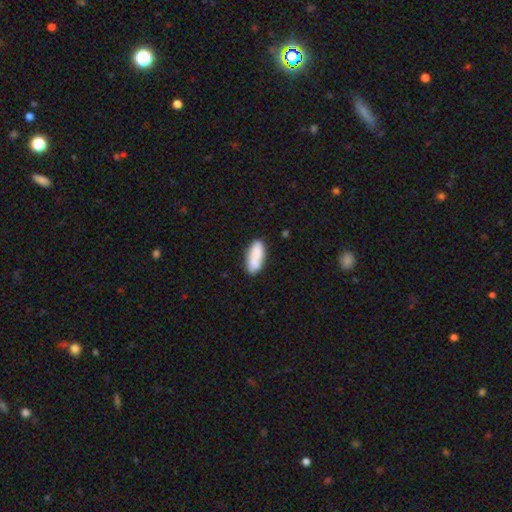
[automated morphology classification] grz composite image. It shows a smooth galaxy with no disk features (83%) that is in between round and cigar-shaped (75%). Merging: none (71%).